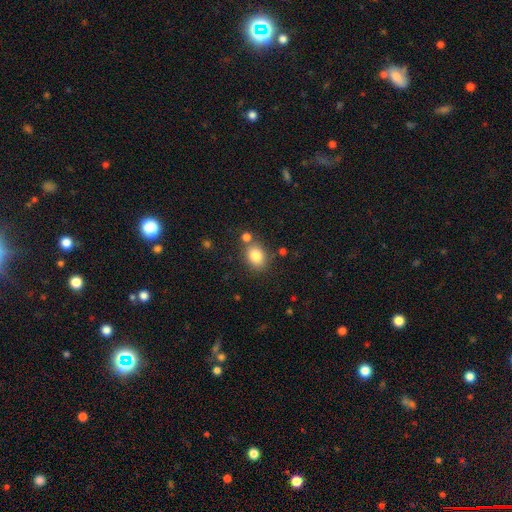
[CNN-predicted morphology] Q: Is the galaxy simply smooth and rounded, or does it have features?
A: smooth — 82%.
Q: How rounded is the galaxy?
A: in between — 57%.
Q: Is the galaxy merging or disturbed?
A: none — 70%.